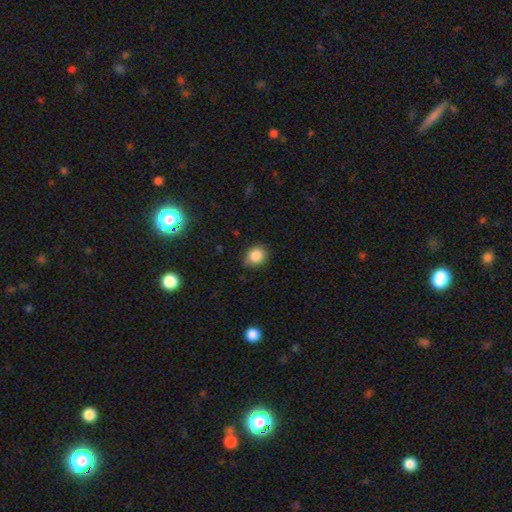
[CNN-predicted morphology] Smooth or featured? Predicted: smooth (p=0.86). How rounded? Predicted: round (p=0.62). Merging? Predicted: none (p=0.80).